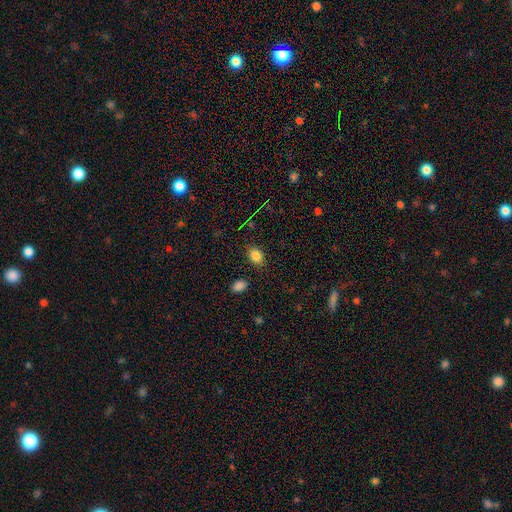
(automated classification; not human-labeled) Morphology: type=smooth (84%); roundness=in between (70%); merging=none (84%).